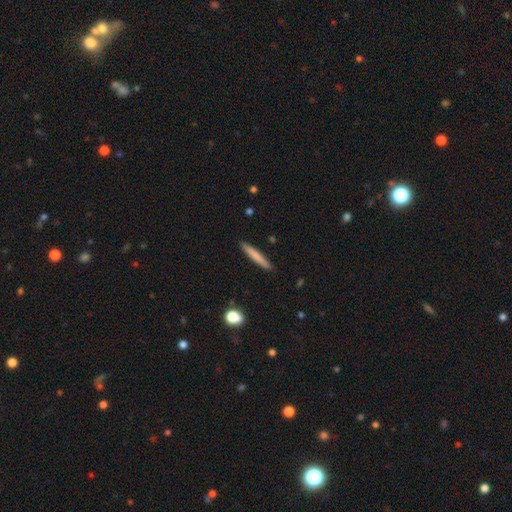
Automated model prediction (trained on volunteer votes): A smooth galaxy with no disk features (73%) that is cigar-shaped (95%).

Vote fractions:
- Smooth or featured? smooth: 73% / featured or disk: 21% / star or artifact: 6%
- How rounded? cigar-shaped: 95% / in between: 4% / round: 1%
- Merging? none: 90% / minor disturbance: 7% / major disturbance: 1% / merger: 1%